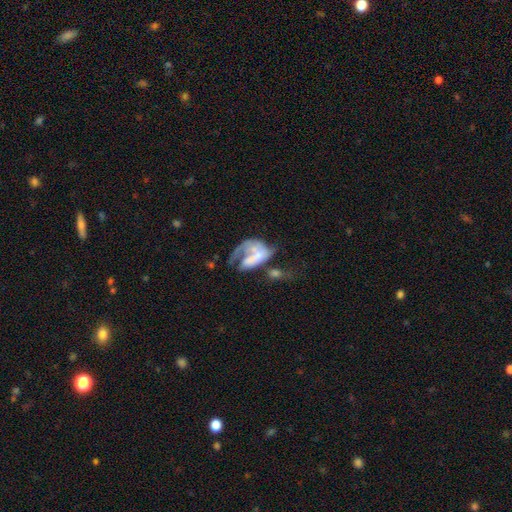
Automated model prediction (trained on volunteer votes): Smooth or featured?
  - featured or disk: 59% *
  - smooth: 33%
  - star or artifact: 8%
Edge-on disk?
  - no: 97% *
  - yes: 3%
Bar?
  - no: 71% *
  - weak: 22%
  - strong: 8%
Spiral arms?
  - yes: 52% *
  - no: 48%
Bulge size?
  - none: 37% *
  - small: 28%
  - moderate: 23%
  - large: 9%
  - dominant: 3%
Merging?
  - major disturbance: 42% *
  - merger: 30%
  - none: 16%
  - minor disturbance: 12%